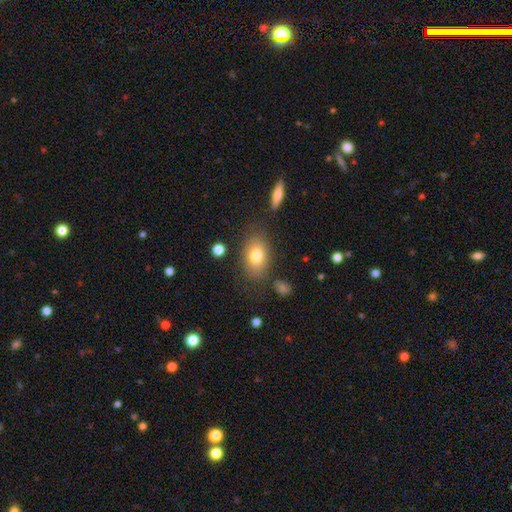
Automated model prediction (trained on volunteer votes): smooth-or-featured: smooth: 78% | featured or disk: 13% | star or artifact: 9%
  how-rounded: in between: 82% | round: 16% | cigar-shaped: 2%
  merging: none: 78% | minor disturbance: 14% | major disturbance: 5% | merger: 4%